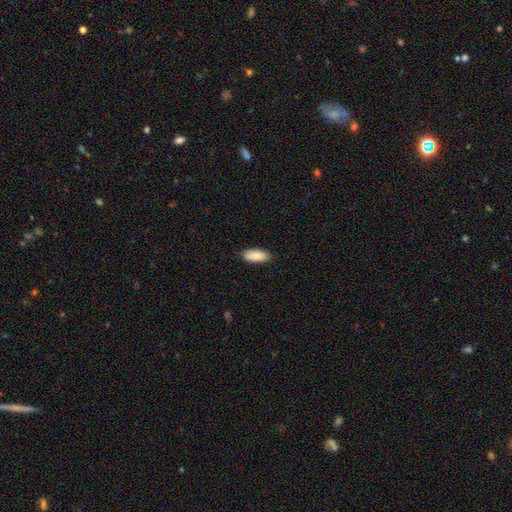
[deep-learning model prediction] This appears to be a smooth galaxy with no disk features (88%) that is in between round and cigar-shaped (84%). Merging: none (89%).